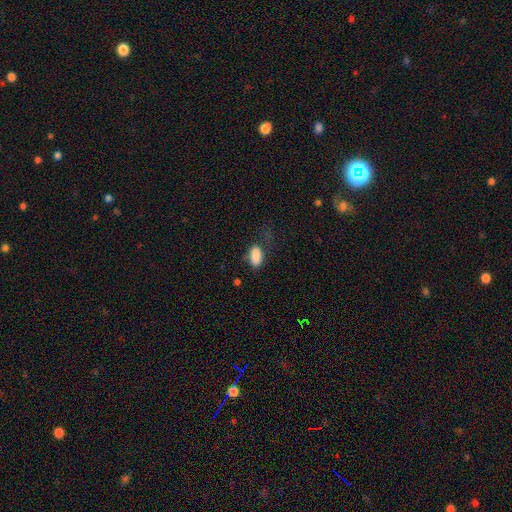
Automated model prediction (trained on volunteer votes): A smooth galaxy with no disk features (86%) that is in between round and cigar-shaped (91%). Merging: none (54%).